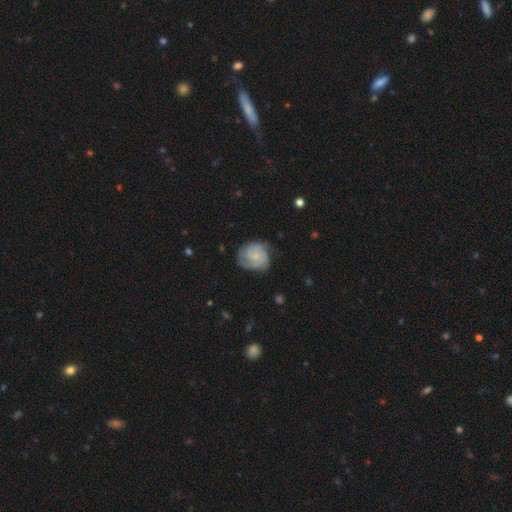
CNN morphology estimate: smooth_or_featured: featured or disk (p=0.67) [alt: smooth p=0.26]
disk_edge_on: no (p=0.98) [alt: yes p=0.02]
bar: no (p=0.75) [alt: weak p=0.22]
has_spiral_arms: yes (p=0.92) [alt: no p=0.08]
spiral_winding: tight (p=0.54) [alt: medium p=0.36]
spiral_arm_count: 3 (p=0.32) [alt: 2 p=0.31]
bulge_size: small (p=0.66) [alt: moderate p=0.18]
merging: none (p=0.66) [alt: minor disturbance p=0.24]